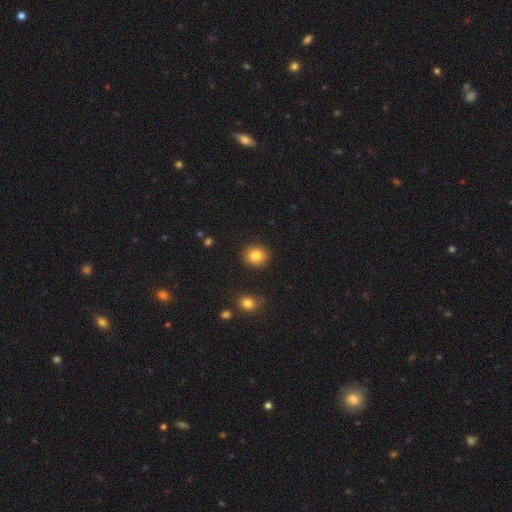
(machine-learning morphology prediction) type=smooth (84%); roundness=round (77%); merging=none (89%).